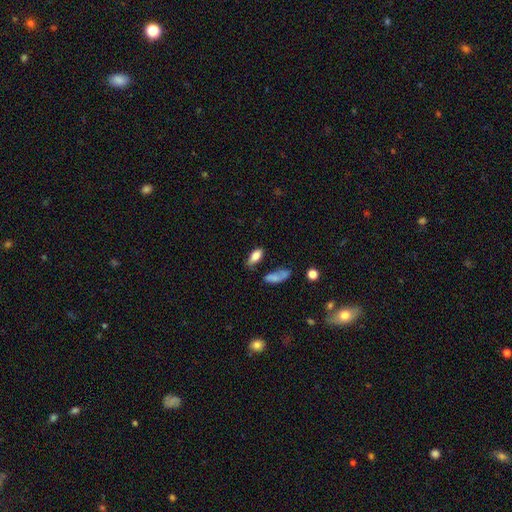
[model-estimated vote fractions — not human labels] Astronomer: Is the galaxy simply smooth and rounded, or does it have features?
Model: smooth — 78%.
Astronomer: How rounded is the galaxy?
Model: in between — 82%.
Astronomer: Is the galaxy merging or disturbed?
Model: none — 61%.